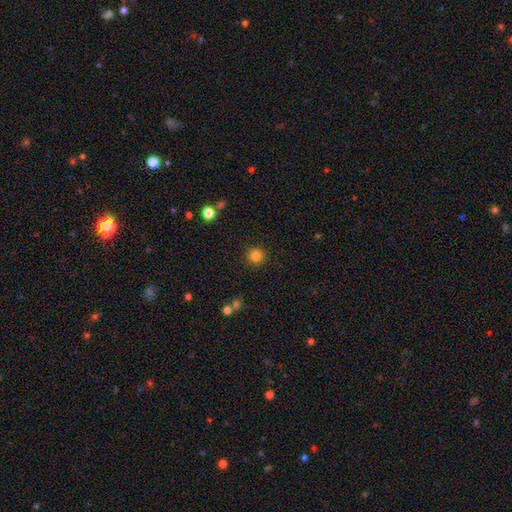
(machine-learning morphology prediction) smooth_or_featured: smooth (p=0.83) [alt: star or artifact p=0.12]
how_rounded: round (p=0.94) [alt: in between p=0.05]
merging: none (p=0.91) [alt: minor disturbance p=0.06]